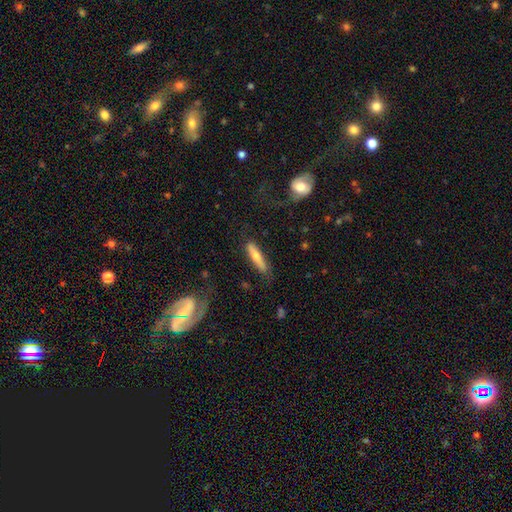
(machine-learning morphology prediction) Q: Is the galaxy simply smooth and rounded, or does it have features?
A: smooth — 50%.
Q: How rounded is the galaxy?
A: cigar-shaped — 83%.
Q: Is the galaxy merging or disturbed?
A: none — 74%.